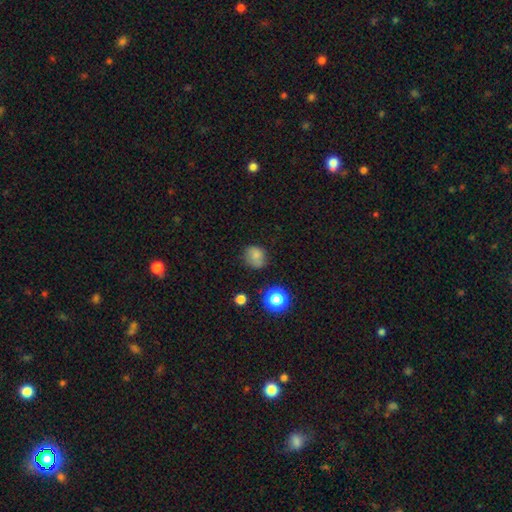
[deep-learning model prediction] Smooth or featured: smooth — 76% (star or artifact — 14%)
How rounded: round — 70% (in between — 29%)
Merging: none — 68% (minor disturbance — 23%)